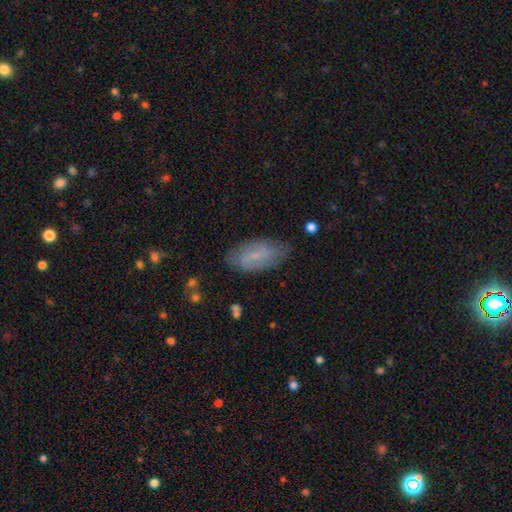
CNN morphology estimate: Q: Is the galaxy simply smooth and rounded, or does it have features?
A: smooth — 50%.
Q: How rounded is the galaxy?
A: in between — 86%.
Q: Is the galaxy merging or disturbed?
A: none — 75%.